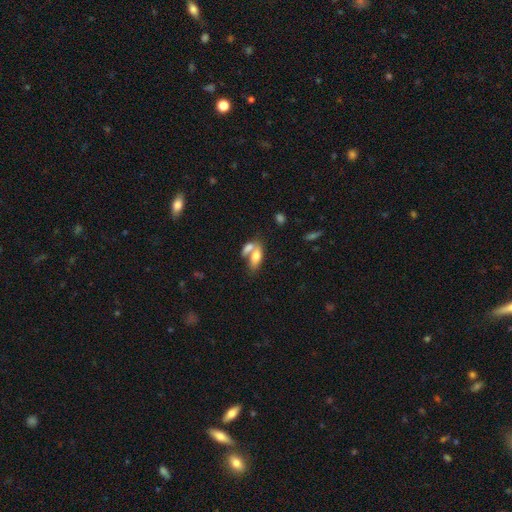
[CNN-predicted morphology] type=smooth (71%); roundness=in between (82%); merging=merger (57%).